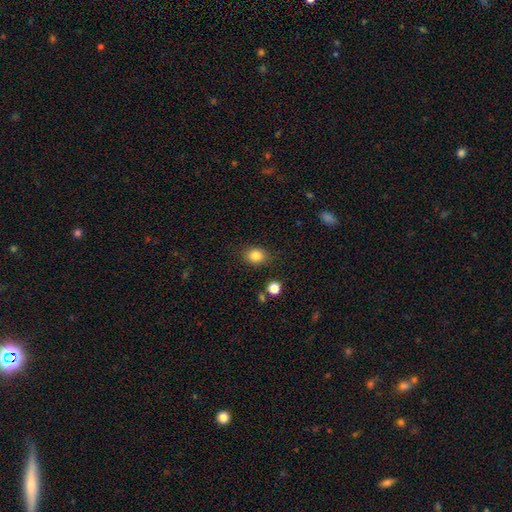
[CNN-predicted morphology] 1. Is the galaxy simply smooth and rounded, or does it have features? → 84% smooth, 11% star or artifact, 5% featured or disk.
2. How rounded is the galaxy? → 55% round, 44% in between, 1% cigar-shaped.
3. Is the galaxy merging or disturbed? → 83% none, 12% minor disturbance, 3% major disturbance, 2% merger.